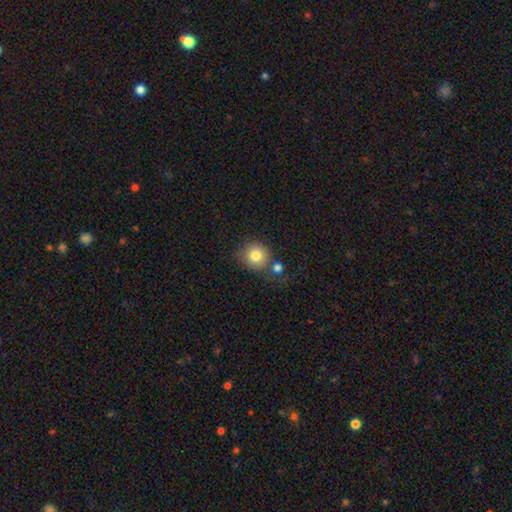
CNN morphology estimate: A smooth galaxy with no disk features (82%) that is round (87%).

Vote fractions:
- Smooth or featured? smooth: 82% / star or artifact: 10% / featured or disk: 8%
- How rounded? round: 87% / in between: 13% / cigar-shaped: 1%
- Merging? none: 63% / merger: 18% / minor disturbance: 13% / major disturbance: 5%